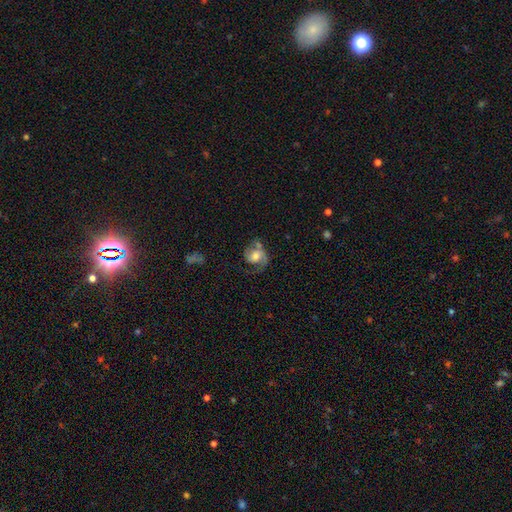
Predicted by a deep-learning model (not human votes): Smooth or featured? Predicted: featured or disk (p=0.59). Edge-on disk? Predicted: no (p=0.97). Bar? Predicted: no (p=0.69). Spiral arms? Predicted: yes (p=0.84). Bulge size? Predicted: moderate (p=0.48). Merging? Predicted: none (p=0.41).